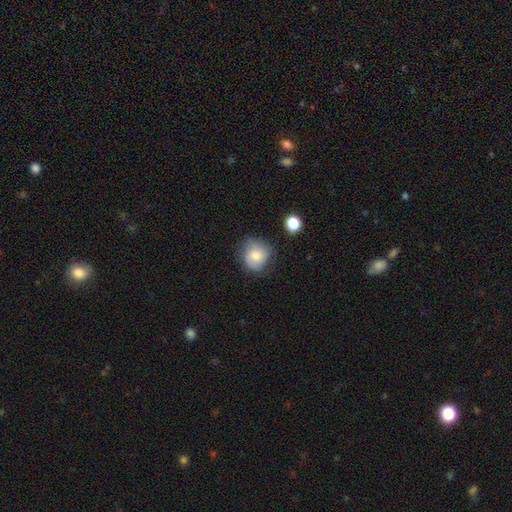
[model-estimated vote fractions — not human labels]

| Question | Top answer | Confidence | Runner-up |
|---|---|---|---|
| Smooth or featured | smooth | 79% | featured or disk (12%) |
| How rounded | round | 78% | in between (21%) |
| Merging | none | 63% | minor disturbance (27%) |